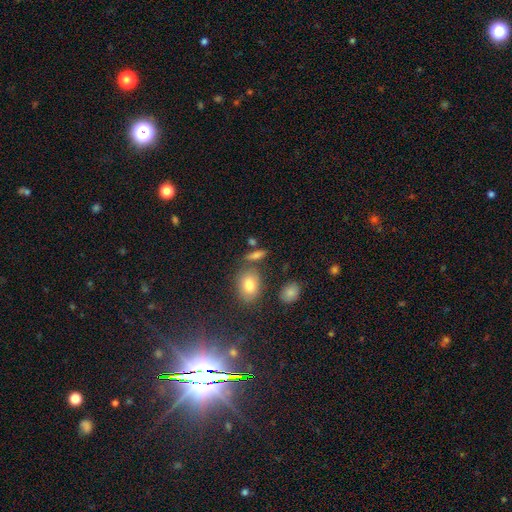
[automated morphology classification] Q: Smooth or featured?
A: smooth (71%); runner-up: featured or disk (15%)
Q: How rounded?
A: in between (60%); runner-up: cigar-shaped (23%)
Q: Merging?
A: none (69%); runner-up: merger (14%)